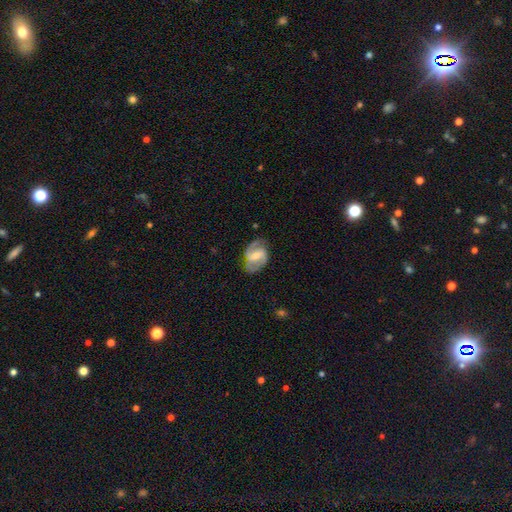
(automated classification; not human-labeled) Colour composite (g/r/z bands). It shows a featured or disk galaxy (80%) with a weak bar (46%), 2 (88%) medium (51%) spiral arms (91%) and a moderate central bulge (47%). Merging: none (71%).